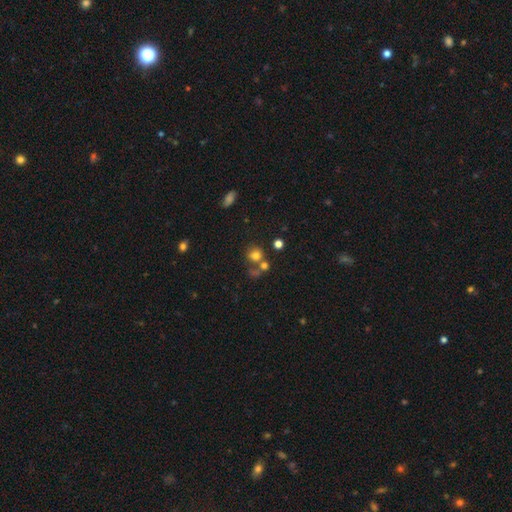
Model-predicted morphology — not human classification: Q: Smooth or featured?
A: smooth (71%); runner-up: star or artifact (16%)
Q: How rounded?
A: round (76%); runner-up: in between (23%)
Q: Merging?
A: none (46%); runner-up: merger (33%)